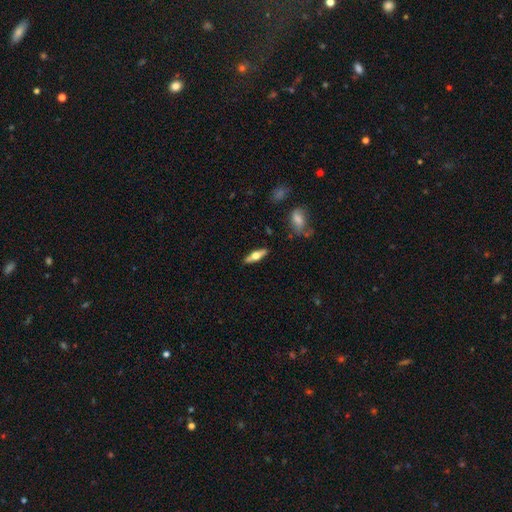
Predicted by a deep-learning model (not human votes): Overall: featured or disk (58%; smooth 36%). Edge-on disk: yes (92%). Edge-on bulge: rounded (95%). Merging: none (87%).